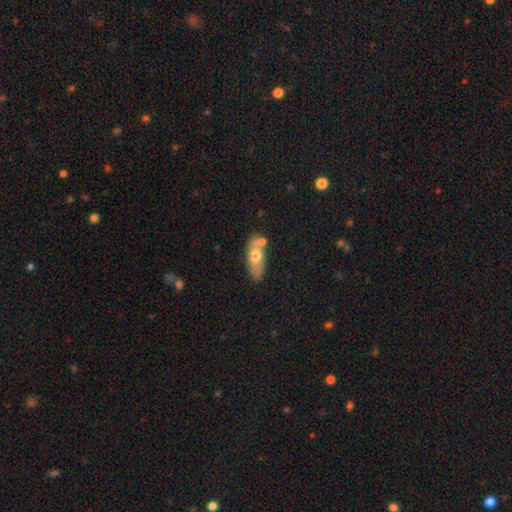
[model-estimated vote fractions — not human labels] Smooth or featured: smooth — 61% (featured or disk — 33%)
How rounded: in between — 80% (cigar-shaped — 16%)
Merging: none — 60% (merger — 18%)